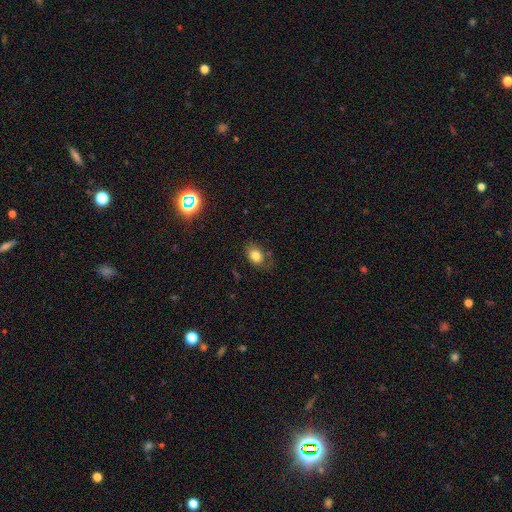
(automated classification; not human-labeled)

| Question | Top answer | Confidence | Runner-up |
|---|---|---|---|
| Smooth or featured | smooth | 79% | featured or disk (11%) |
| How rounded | in between | 79% | round (19%) |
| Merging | none | 63% | minor disturbance (24%) |